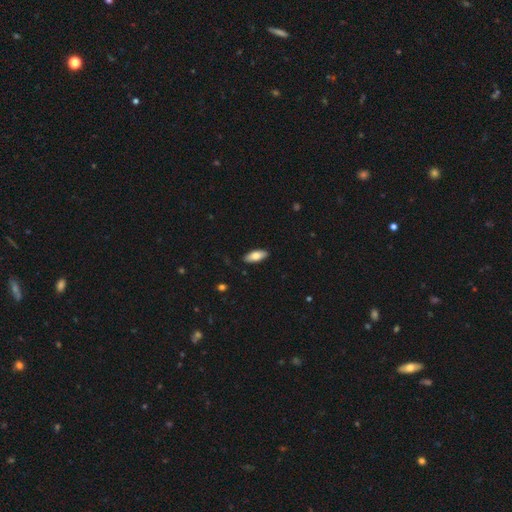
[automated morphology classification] Q: Smooth or featured?
A: smooth (76%); runner-up: featured or disk (18%)
Q: How rounded?
A: in between (82%); runner-up: cigar-shaped (16%)
Q: Merging?
A: none (89%); runner-up: minor disturbance (8%)